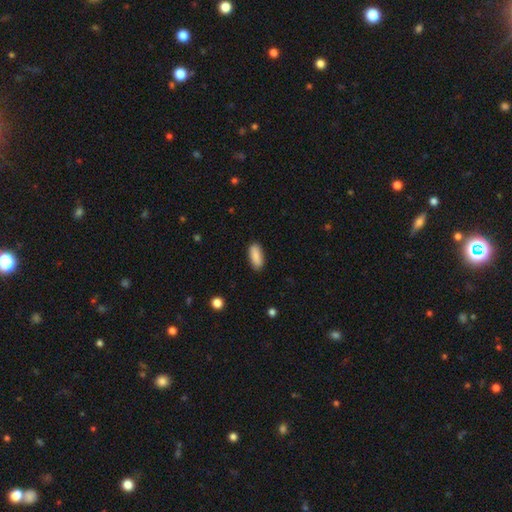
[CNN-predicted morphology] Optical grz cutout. It shows a smooth galaxy with no disk features (89%) that is in between round and cigar-shaped (77%). Merging: none (88%).